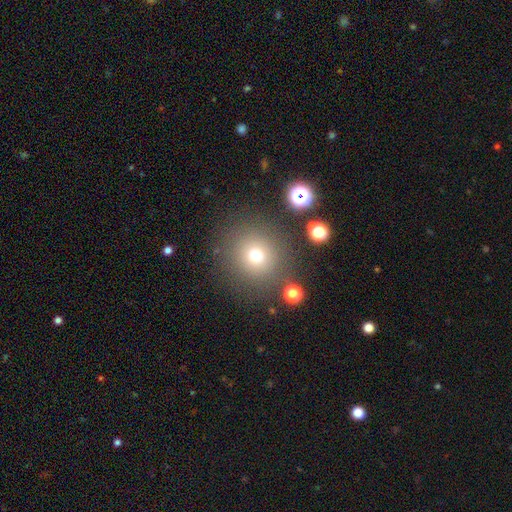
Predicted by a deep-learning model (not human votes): A smooth galaxy with no disk features (72%) that is round (92%).

Vote fractions:
- Smooth or featured? smooth: 72% / star or artifact: 18% / featured or disk: 11%
- How rounded? round: 92% / in between: 7% / cigar-shaped: 1%
- Merging? none: 83% / minor disturbance: 9% / major disturbance: 5% / merger: 4%